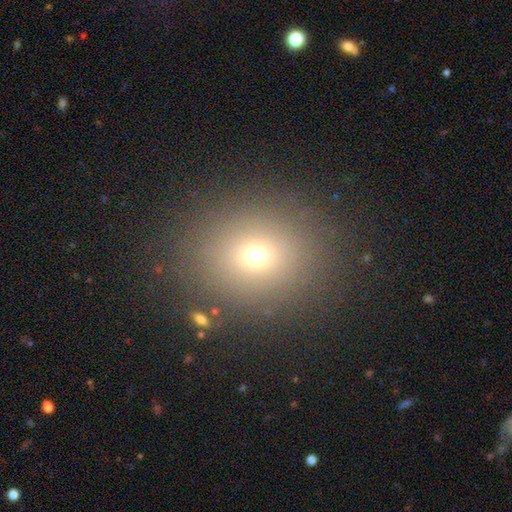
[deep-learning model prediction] Morphology: type=smooth (67%); roundness=round (72%); merging=none (87%).